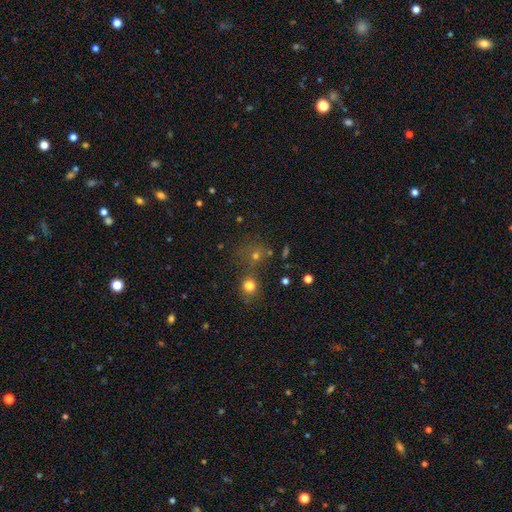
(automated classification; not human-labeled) smooth_or_featured: smooth (p=0.54) [alt: star or artifact p=0.38]
how_rounded: round (p=0.86) [alt: in between p=0.12]
merging: none (p=0.60) [alt: merger p=0.25]